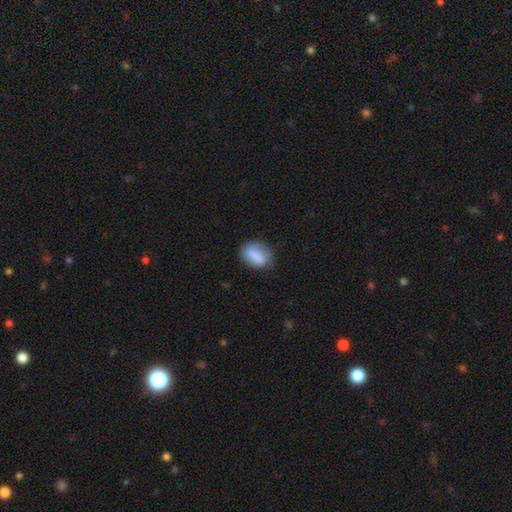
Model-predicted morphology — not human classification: smooth_or_featured: smooth (p=0.76) [alt: featured or disk p=0.16]
how_rounded: in between (p=0.77) [alt: round p=0.18]
merging: none (p=0.66) [alt: minor disturbance p=0.25]